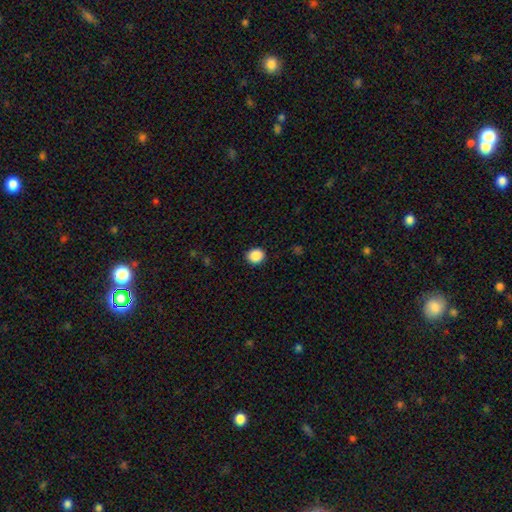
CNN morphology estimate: A smooth galaxy with no disk features (88%) that is round (83%). Merging: none (90%).